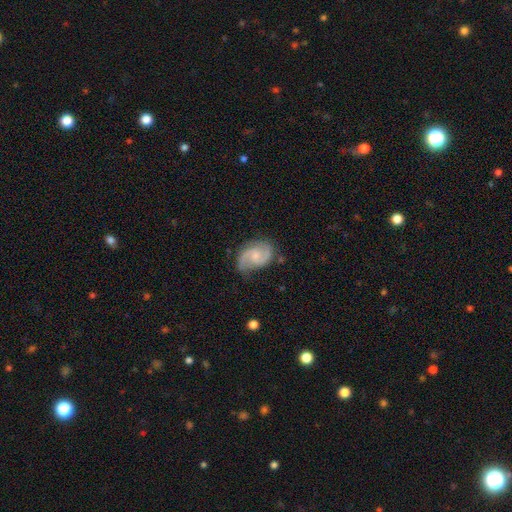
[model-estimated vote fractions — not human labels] smooth_or_featured: featured or disk (p=0.85) [alt: smooth p=0.10]
disk_edge_on: no (p=0.98) [alt: yes p=0.02]
bar: no (p=0.53) [alt: weak p=0.41]
has_spiral_arms: yes (p=0.97) [alt: no p=0.03]
spiral_winding: medium (p=0.56) [alt: tight p=0.23]
spiral_arm_count: 2 (p=0.92) [alt: can't tell p=0.03]
bulge_size: small (p=0.49) [alt: moderate p=0.33]
merging: none (p=0.75) [alt: minor disturbance p=0.18]